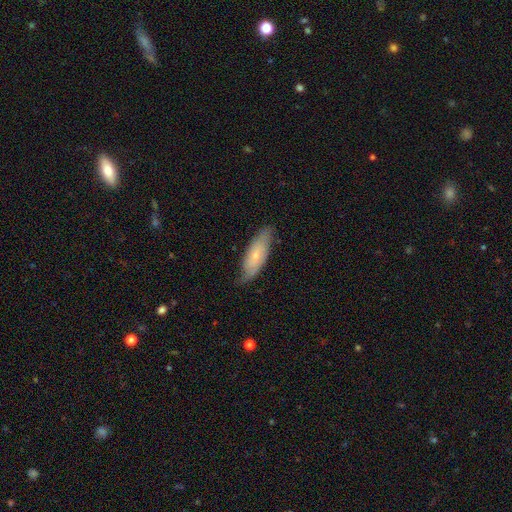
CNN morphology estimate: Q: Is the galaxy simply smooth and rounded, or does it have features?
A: smooth — 51%.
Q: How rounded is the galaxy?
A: in between — 60%.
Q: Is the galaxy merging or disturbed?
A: none — 73%.